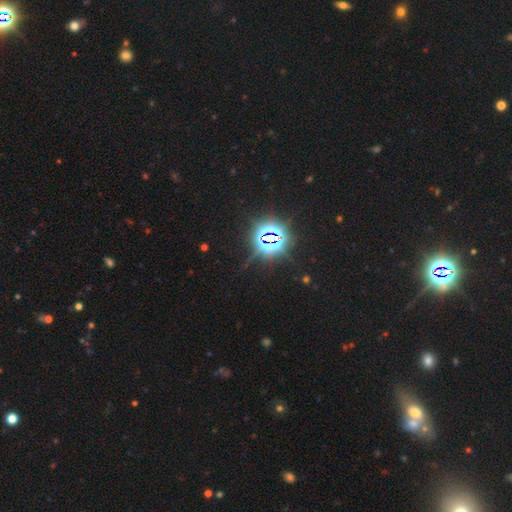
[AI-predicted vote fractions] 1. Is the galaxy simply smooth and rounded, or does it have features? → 82% star or artifact, 12% smooth, 6% featured or disk.